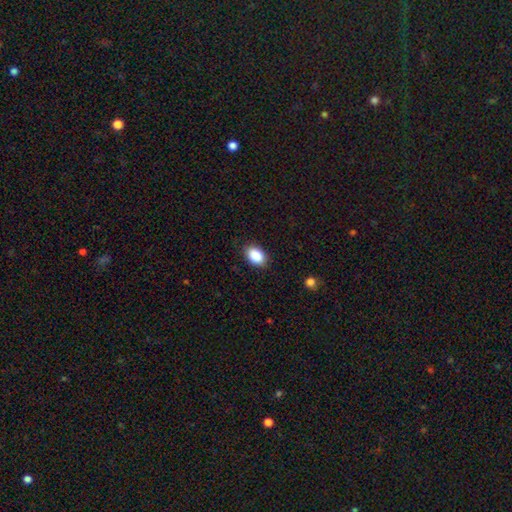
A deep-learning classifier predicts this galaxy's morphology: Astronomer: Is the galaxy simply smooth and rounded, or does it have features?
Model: smooth — 86%.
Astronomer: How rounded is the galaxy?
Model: in between — 84%.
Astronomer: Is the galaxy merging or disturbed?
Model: none — 88%.